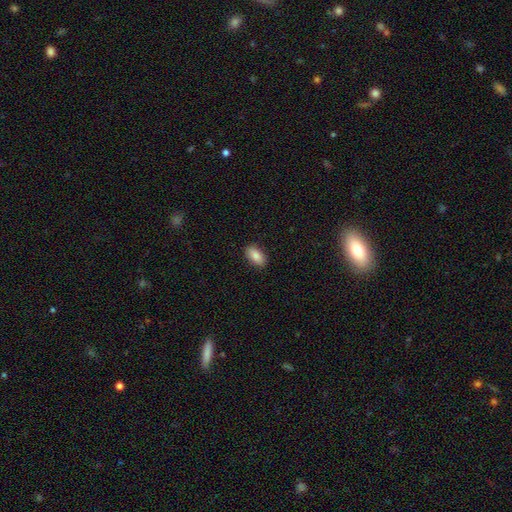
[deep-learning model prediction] The model was most divided on "smooth or featured": smooth: 87%, star or artifact: 7%, featured or disk: 6%. More confident: how rounded — in between (92%); merging — none (89%).